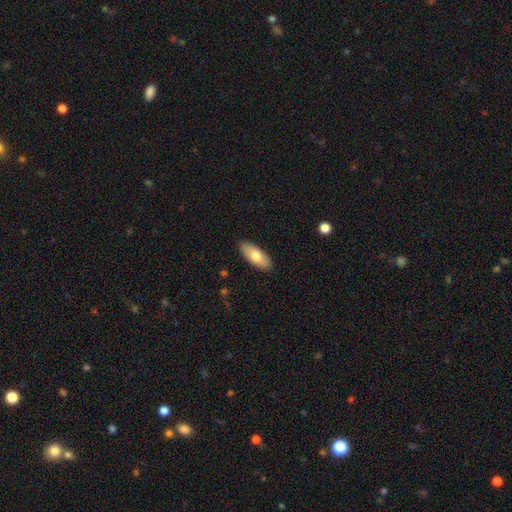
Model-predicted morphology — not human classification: A smooth galaxy with no disk features (74%) that is in between round and cigar-shaped (82%). Merging: none (88%).